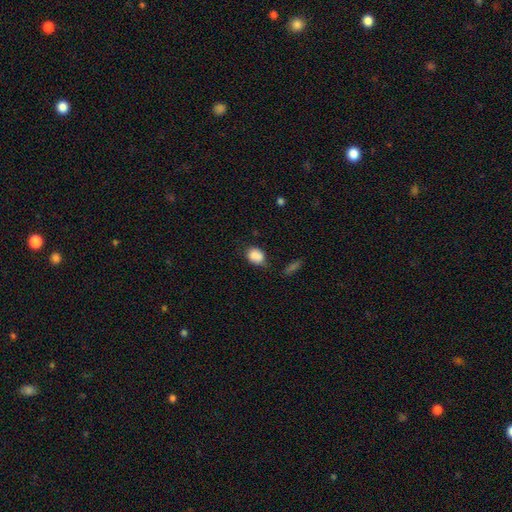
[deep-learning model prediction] Smooth or featured? Predicted: smooth (p=0.86). How rounded? Predicted: in between (p=0.65). Merging? Predicted: none (p=0.59).